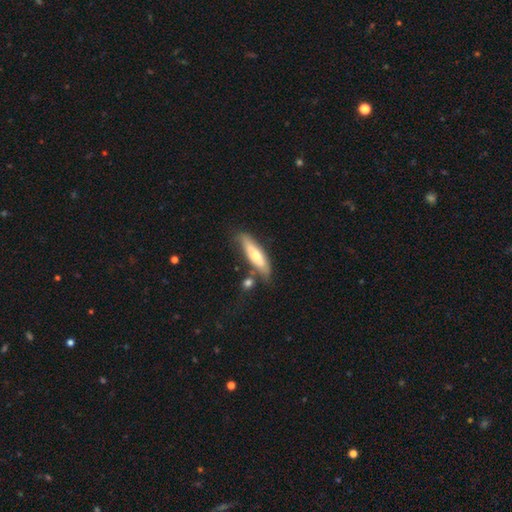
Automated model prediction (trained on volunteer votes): This is possibly a smooth galaxy (53%). How rounded: likely cigar-shaped (64%). Merging: likely none (65%).